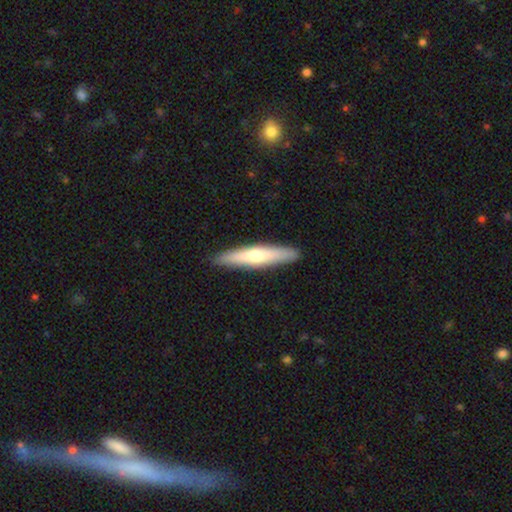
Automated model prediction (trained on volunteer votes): Overall: smooth (53%; featured or disk 42%). How rounded: cigar-shaped (89%). Merging: none (91%).